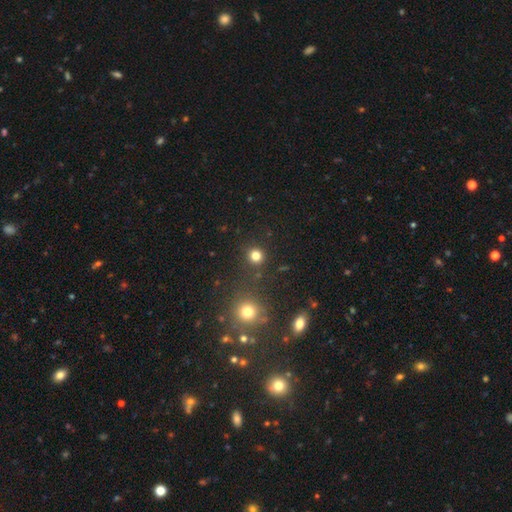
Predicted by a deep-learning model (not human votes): Overall: smooth (79%). How rounded: round (91%). Merging: none (87%).